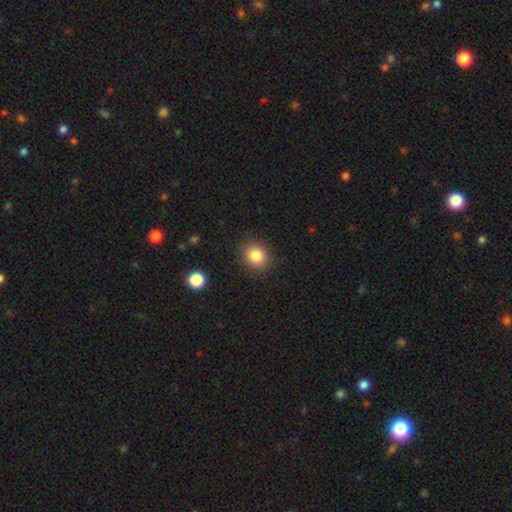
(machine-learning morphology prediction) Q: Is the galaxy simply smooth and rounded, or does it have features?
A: smooth — 84%.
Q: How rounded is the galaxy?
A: round — 76%.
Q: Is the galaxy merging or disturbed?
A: none — 89%.